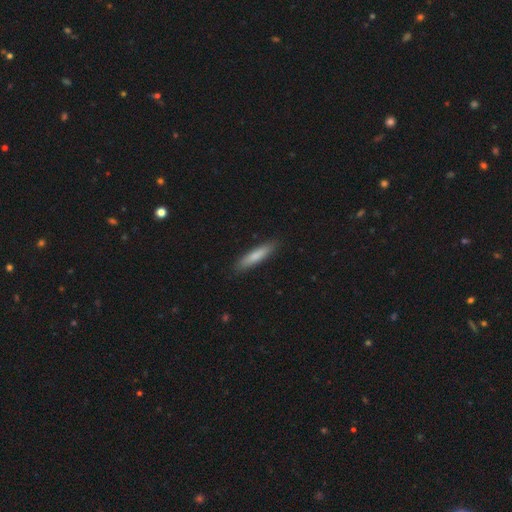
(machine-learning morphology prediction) Smooth or featured: smooth — 78% (featured or disk — 16%)
How rounded: cigar-shaped — 84% (in between — 15%)
Merging: none — 88% (minor disturbance — 9%)